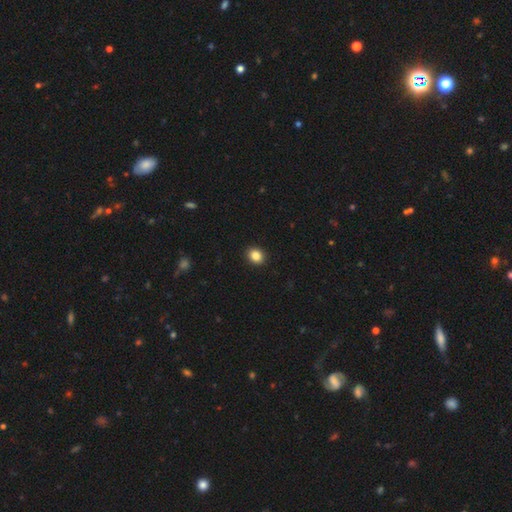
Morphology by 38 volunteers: A smooth galaxy with no disk features (92%) that is round (66%). Merging: none (94%).